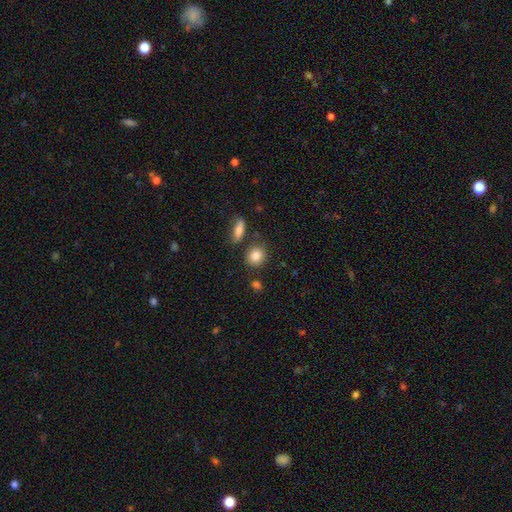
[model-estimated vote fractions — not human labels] This is clearly a smooth galaxy (84%). How rounded: likely round (78%). Merging: likely none (79%).